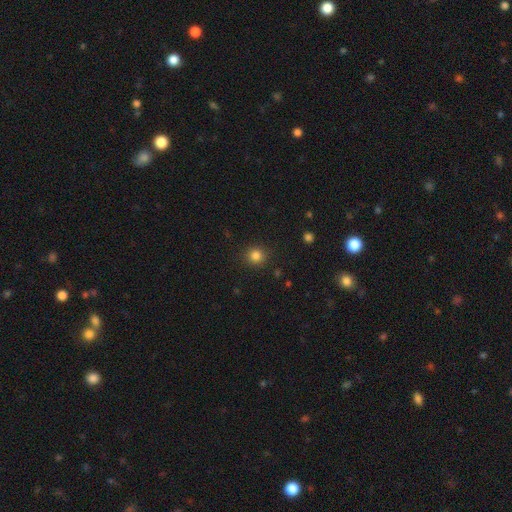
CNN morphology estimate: This appears to be a smooth galaxy with no disk features (83%) that is round (91%). Merging: none (91%).